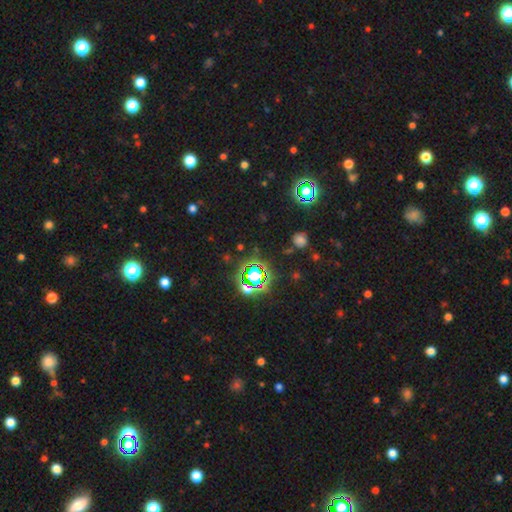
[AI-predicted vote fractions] The model was most divided on "smooth or featured": star or artifact: 79%, smooth: 14%, featured or disk: 7%.